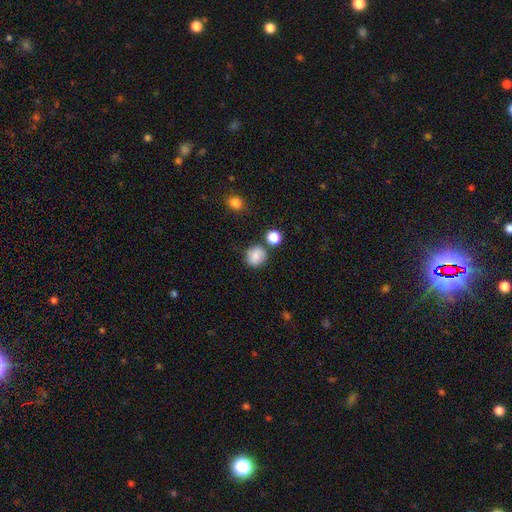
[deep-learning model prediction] Smooth or featured? Predicted: smooth (p=0.85). How rounded? Predicted: round (p=0.83). Merging? Predicted: none (p=0.77).